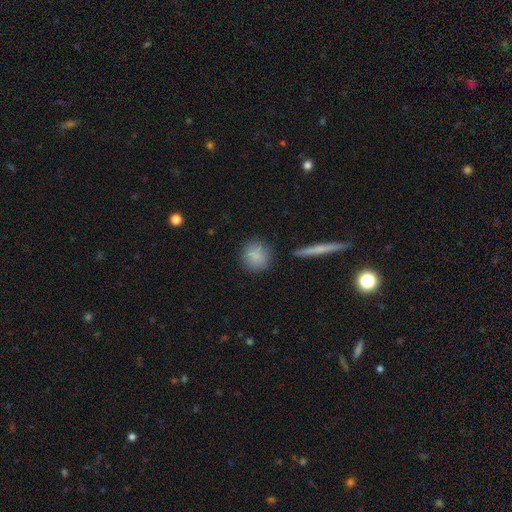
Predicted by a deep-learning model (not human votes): smooth_or_featured: smooth (p=0.86) [alt: star or artifact p=0.07]
how_rounded: round (p=0.90) [alt: in between p=0.08]
merging: none (p=0.87) [alt: minor disturbance p=0.08]